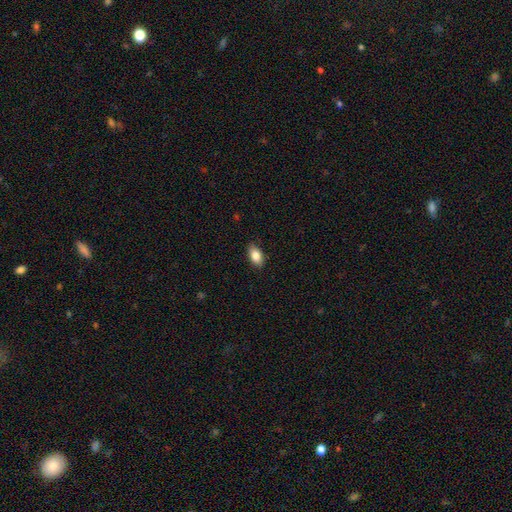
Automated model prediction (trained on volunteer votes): smooth_or_featured: smooth (p=0.84) [alt: featured or disk p=0.08]
how_rounded: in between (p=0.91) [alt: round p=0.06]
merging: none (p=0.86) [alt: minor disturbance p=0.11]